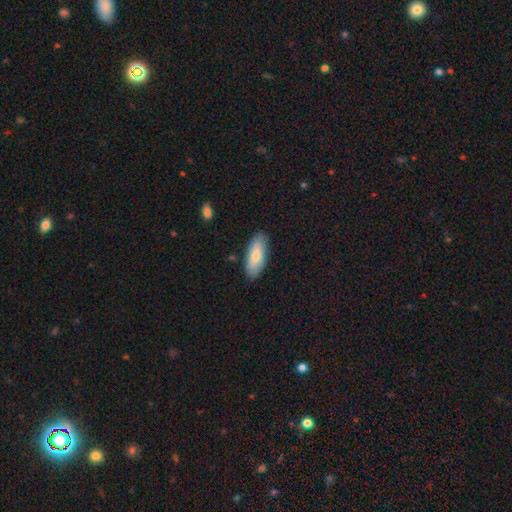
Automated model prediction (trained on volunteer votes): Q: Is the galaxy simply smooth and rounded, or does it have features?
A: smooth — 78%.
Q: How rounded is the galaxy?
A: in between — 77%.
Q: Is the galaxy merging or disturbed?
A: none — 84%.